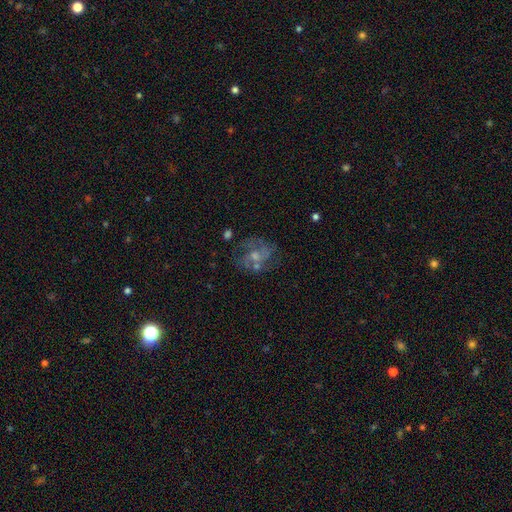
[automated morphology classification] A featured or disk galaxy (62%) with no bar (68%), spiral arms (72%) and a small central bulge (44%).

Vote fractions:
- Smooth or featured? featured or disk: 62% / smooth: 20% / star or artifact: 18%
- Edge-on disk? no: 97% / yes: 3%
- Bar? no: 68% / weak: 27% / strong: 5%
- Spiral arms? yes: 72% / no: 28%
- Bulge size? small: 44% / moderate: 43% / none: 8% / large: 3% / dominant: 1%
- Merging? none: 63% / minor disturbance: 17% / major disturbance: 13% / merger: 7%